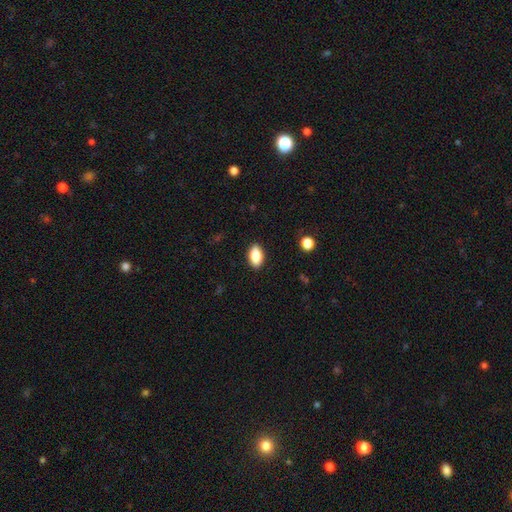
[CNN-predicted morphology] The model was most divided on "smooth or featured": smooth: 83%, featured or disk: 9%, star or artifact: 8%. More confident: how rounded — in between (90%); merging — none (89%).